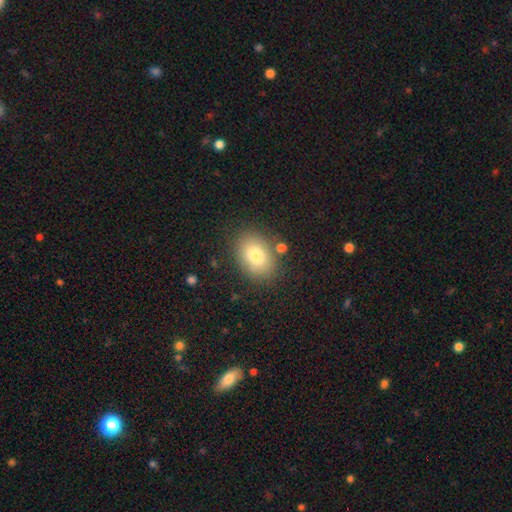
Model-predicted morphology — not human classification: Q: Smooth or featured?
A: smooth (78%); runner-up: featured or disk (12%)
Q: How rounded?
A: in between (72%); runner-up: round (27%)
Q: Merging?
A: none (81%); runner-up: minor disturbance (12%)